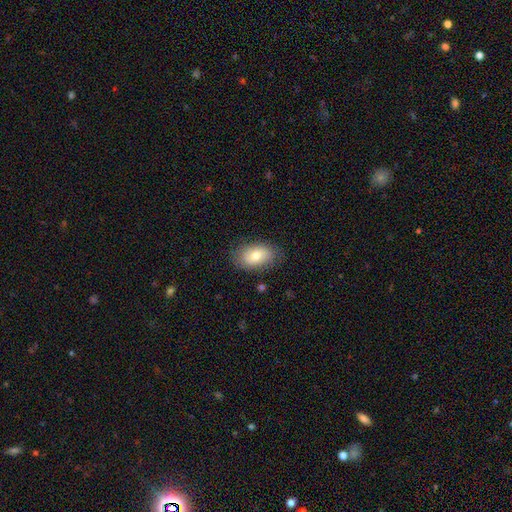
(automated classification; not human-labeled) Smooth or featured? Predicted: smooth (p=0.72). How rounded? Predicted: in between (p=0.89). Merging? Predicted: none (p=0.79).